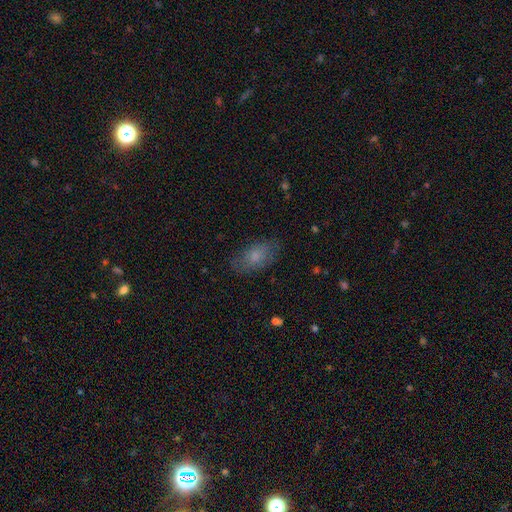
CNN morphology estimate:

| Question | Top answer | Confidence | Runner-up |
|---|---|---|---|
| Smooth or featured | smooth | 75% | featured or disk (16%) |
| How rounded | in between | 90% | round (5%) |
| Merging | none | 78% | minor disturbance (16%) |